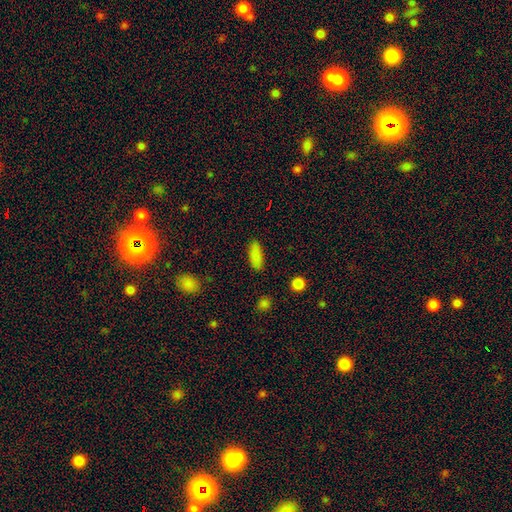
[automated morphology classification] Overall: smooth (85%). How rounded: in between (73%). Merging: none (87%).